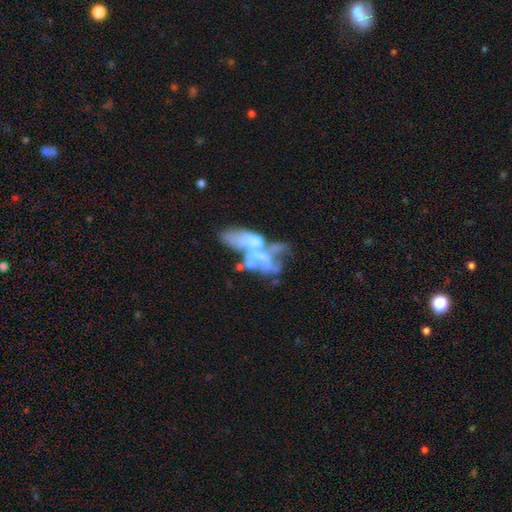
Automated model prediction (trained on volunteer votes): A featured or disk galaxy (65%) with no bar (84%), no spiral arms (84%) and no central bulge (36%). Merging: merger (58%).